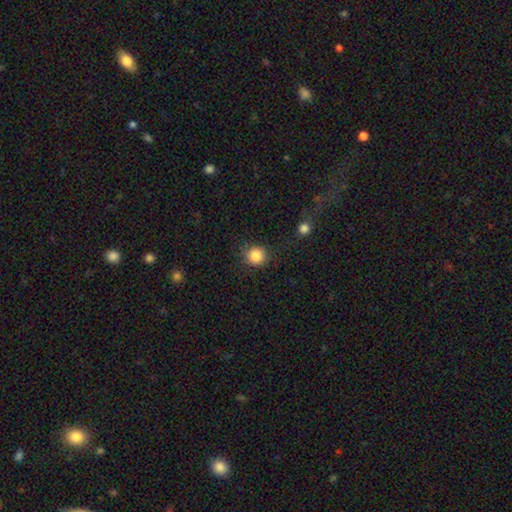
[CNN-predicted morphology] This appears to be a smooth galaxy with no disk features (85%) that is round (91%). Merging: none (84%).